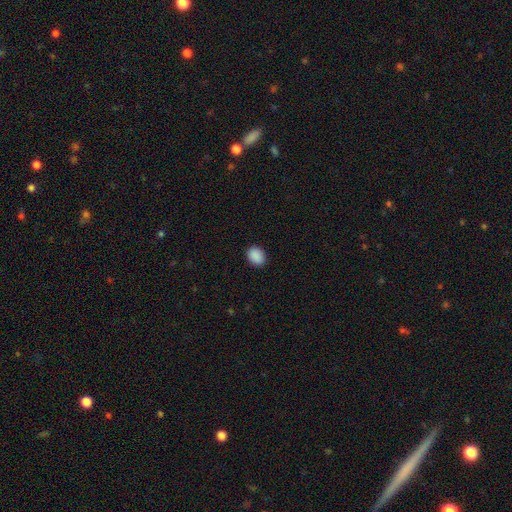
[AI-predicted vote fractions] Morphology: type=smooth (90%); roundness=in between (65%); merging=none (90%).